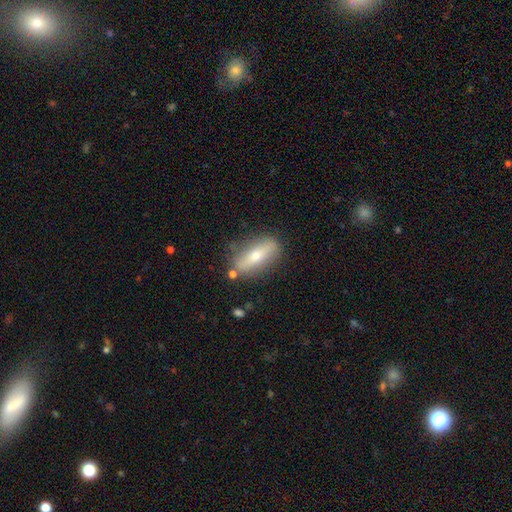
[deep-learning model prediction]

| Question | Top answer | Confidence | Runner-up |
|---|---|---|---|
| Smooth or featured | featured or disk | 47% | smooth (45%) |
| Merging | none | 80% | minor disturbance (13%) |